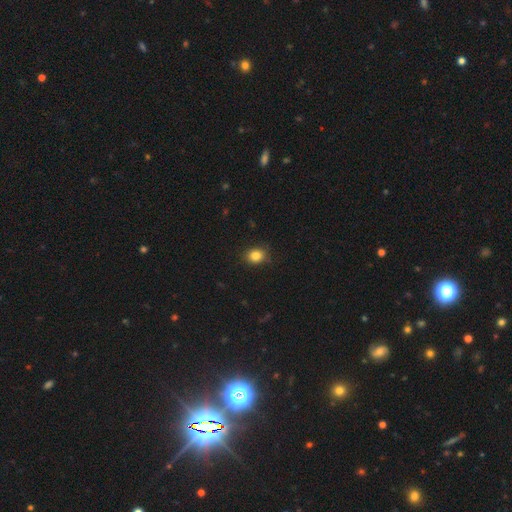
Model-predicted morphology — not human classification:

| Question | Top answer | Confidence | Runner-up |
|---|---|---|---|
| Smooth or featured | smooth | 84% | star or artifact (11%) |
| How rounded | round | 65% | in between (35%) |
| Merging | none | 85% | minor disturbance (12%) |